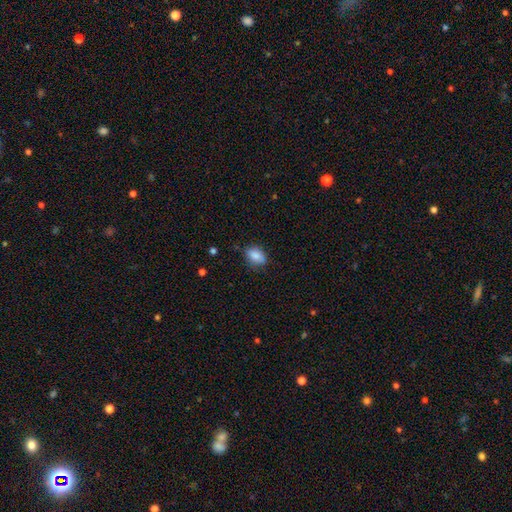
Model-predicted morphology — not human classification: smooth_or_featured: smooth (p=0.83) [alt: featured or disk p=0.09]
how_rounded: in between (p=0.78) [alt: round p=0.20]
merging: none (p=0.72) [alt: minor disturbance p=0.22]